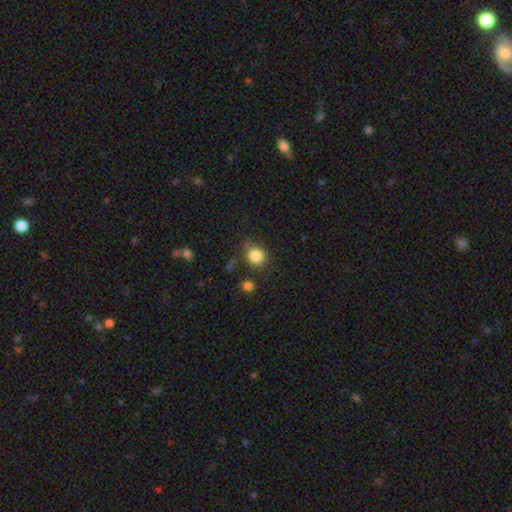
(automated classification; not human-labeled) Morphology: type=smooth (84%); roundness=round (80%); merging=none (76%).